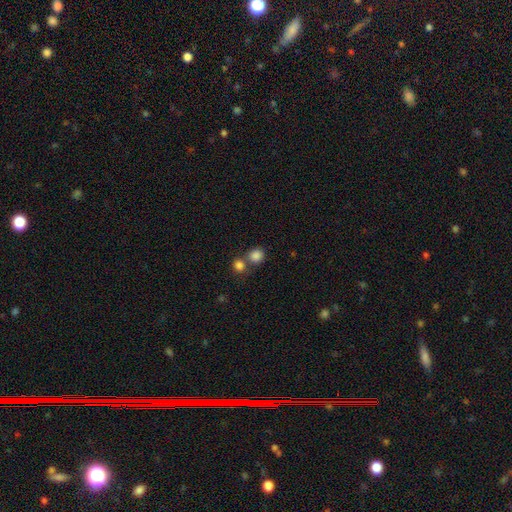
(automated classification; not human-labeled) Smooth or featured?
  - smooth: 84% *
  - star or artifact: 11%
  - featured or disk: 5%
How rounded?
  - round: 83% *
  - in between: 16%
  - cigar-shaped: 1%
Merging?
  - none: 54% *
  - merger: 36%
  - minor disturbance: 8%
  - major disturbance: 3%